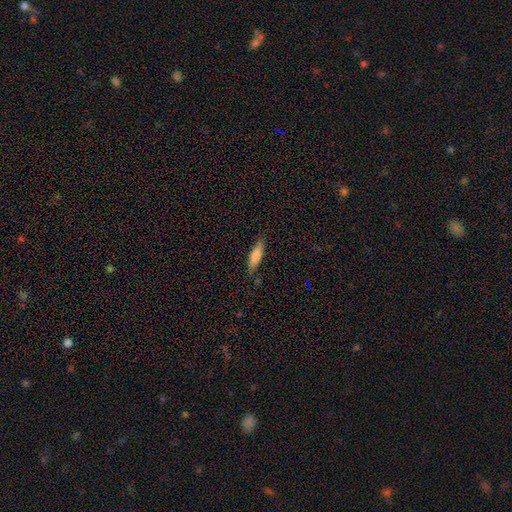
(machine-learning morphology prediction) A smooth galaxy with no disk features (77%) that is cigar-shaped (60%).

Vote fractions:
- Smooth or featured? smooth: 77% / featured or disk: 17% / star or artifact: 6%
- How rounded? cigar-shaped: 60% / in between: 38% / round: 2%
- Merging? none: 79% / minor disturbance: 16% / major disturbance: 3% / merger: 2%